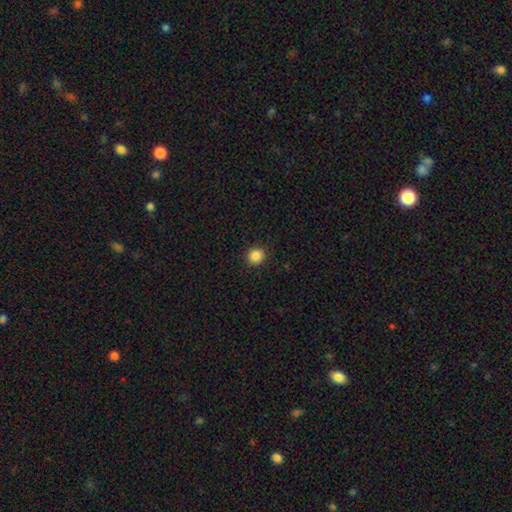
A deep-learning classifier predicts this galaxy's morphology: smooth_or_featured: smooth (p=0.86) [alt: star or artifact p=0.10]
how_rounded: round (p=0.88) [alt: in between p=0.11]
merging: none (p=0.92) [alt: minor disturbance p=0.05]